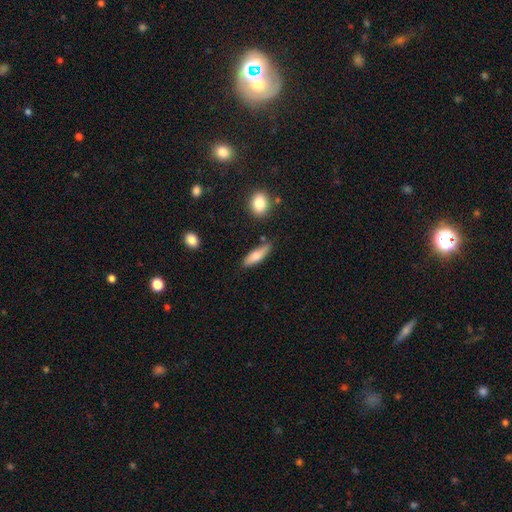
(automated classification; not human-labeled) Morphology: type=smooth (70%); roundness=cigar-shaped (52%); merging=none (76%).